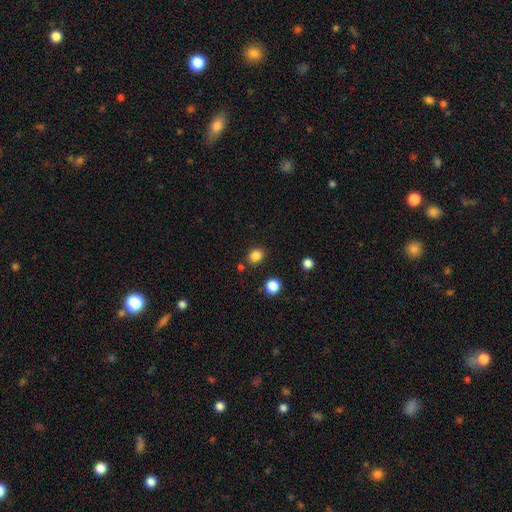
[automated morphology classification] This appears to be a smooth galaxy with no disk features (84%) that is round (65%). Merging: none (84%).